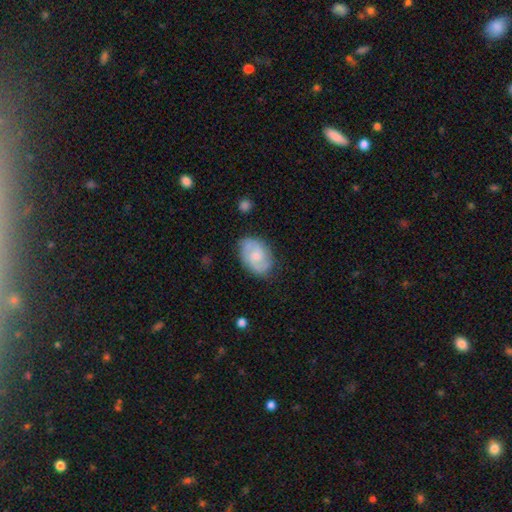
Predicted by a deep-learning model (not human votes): This is likely a featured or disk galaxy (64%). It is clearly not viewed edge-on (97%). Bar: likely no (60%). Spiral arm pattern: clearly yes (91%). Spiral arm count: likely 2 (78%). Spiral winding: possibly medium (47%). Central bulge: possibly small (51%). Merging: likely none (78%).